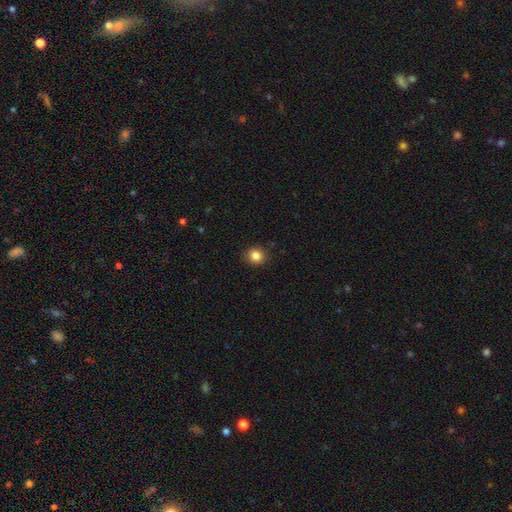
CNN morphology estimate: type=smooth (85%); roundness=round (84%); merging=none (90%).